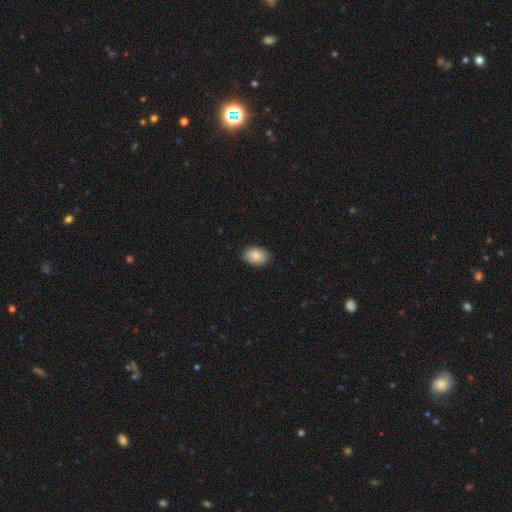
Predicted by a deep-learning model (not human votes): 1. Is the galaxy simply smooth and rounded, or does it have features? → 88% smooth, 7% star or artifact, 5% featured or disk.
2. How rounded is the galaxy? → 84% in between, 15% round, 1% cigar-shaped.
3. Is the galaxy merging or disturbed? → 88% none, 9% minor disturbance, 2% major disturbance, 1% merger.